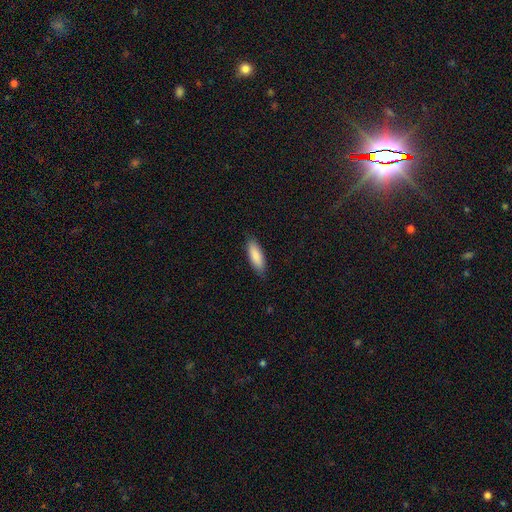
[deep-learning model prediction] This is clearly a smooth galaxy (88%). How rounded: possibly in between (57%). Merging: clearly none (87%).